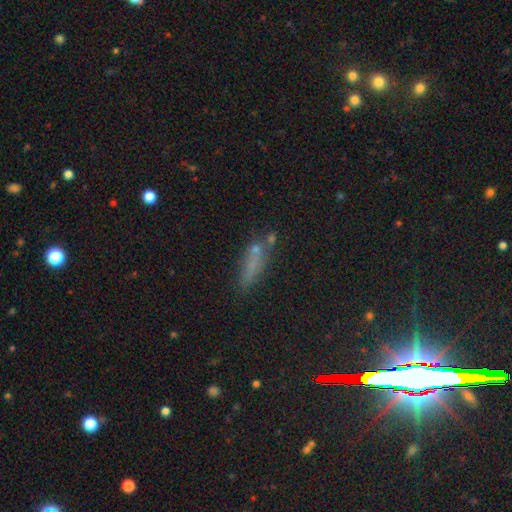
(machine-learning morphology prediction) Q: Smooth or featured?
A: smooth (58%); runner-up: star or artifact (25%)
Q: How rounded?
A: cigar-shaped (67%); runner-up: in between (29%)
Q: Merging?
A: none (65%); runner-up: minor disturbance (17%)